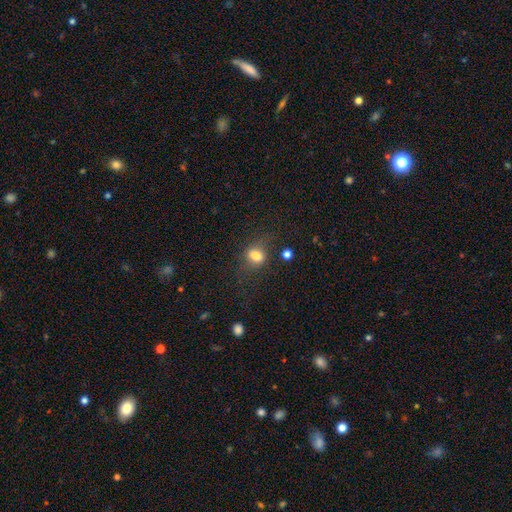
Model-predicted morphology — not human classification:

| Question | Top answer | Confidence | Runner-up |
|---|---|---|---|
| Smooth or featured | smooth | 74% | featured or disk (13%) |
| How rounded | in between | 52% | round (46%) |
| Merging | none | 64% | minor disturbance (20%) |